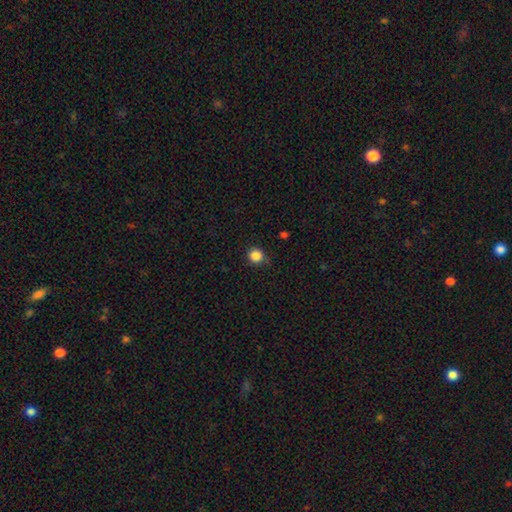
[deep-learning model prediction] Smooth or featured?
  - smooth: 85% *
  - star or artifact: 11%
  - featured or disk: 3%
How rounded?
  - round: 93% *
  - in between: 6%
  - cigar-shaped: 1%
Merging?
  - none: 83% *
  - minor disturbance: 12%
  - major disturbance: 3%
  - merger: 1%